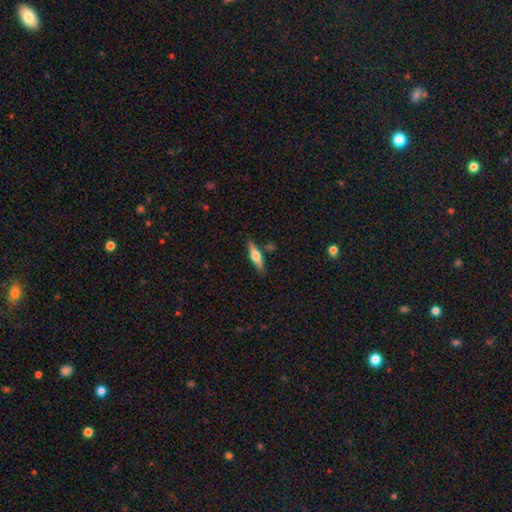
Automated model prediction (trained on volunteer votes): A smooth galaxy with no disk features (47%, tied with featured or disk). Merging: none (83%).